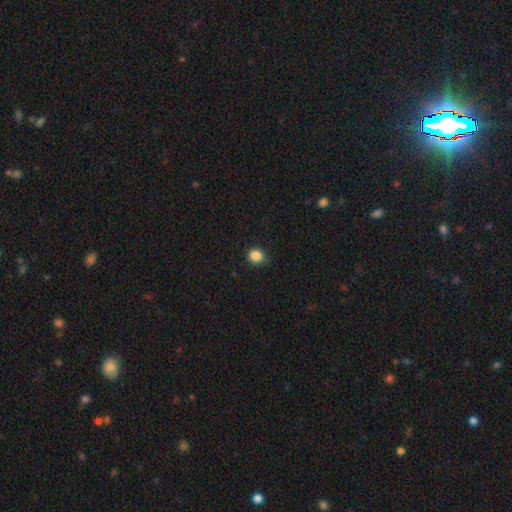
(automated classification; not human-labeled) smooth-or-featured: smooth: 85% | star or artifact: 11% | featured or disk: 3%
  how-rounded: round: 83% | in between: 16% | cigar-shaped: 1%
  merging: none: 85% | minor disturbance: 12% | major disturbance: 2% | merger: 1%